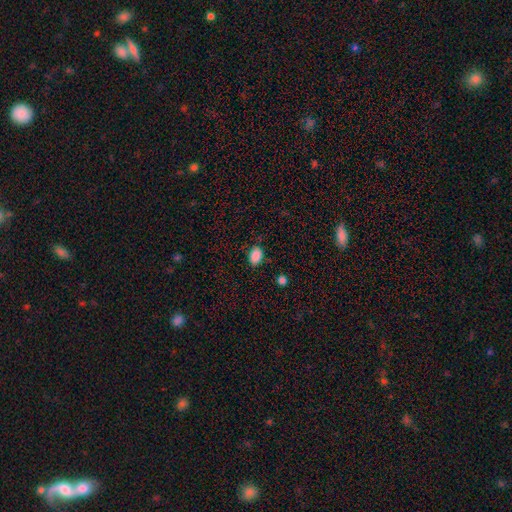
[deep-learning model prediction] smooth 88%, star or artifact 9%, featured or disk 4%. Down the decision tree: how rounded — in between (85%); merging — none (78%).